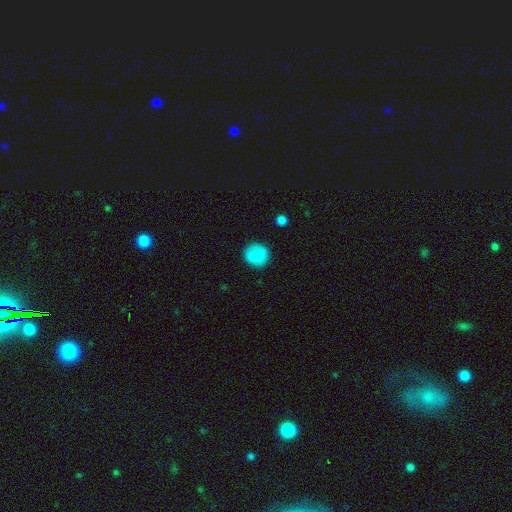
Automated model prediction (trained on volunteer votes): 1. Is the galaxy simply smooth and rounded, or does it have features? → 81% smooth, 12% featured or disk, 7% star or artifact.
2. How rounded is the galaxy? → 81% round, 18% in between, 1% cigar-shaped.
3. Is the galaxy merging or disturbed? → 70% none, 19% minor disturbance, 9% major disturbance, 2% merger.